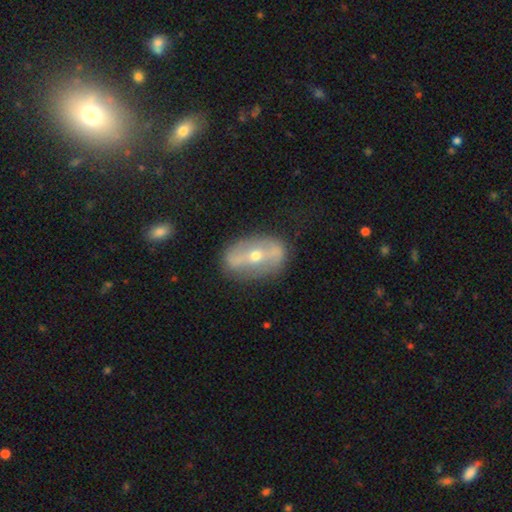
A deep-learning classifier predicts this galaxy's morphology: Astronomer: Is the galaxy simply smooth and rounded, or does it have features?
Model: featured or disk — 73%.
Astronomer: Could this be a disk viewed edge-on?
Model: no — 83%.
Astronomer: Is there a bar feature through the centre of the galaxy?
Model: strong — 63%.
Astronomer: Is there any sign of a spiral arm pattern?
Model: no — 61% (runner-up: yes, 39%).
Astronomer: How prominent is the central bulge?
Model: moderate — 52% (runner-up: small, 45%).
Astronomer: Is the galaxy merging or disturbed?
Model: none — 75%.